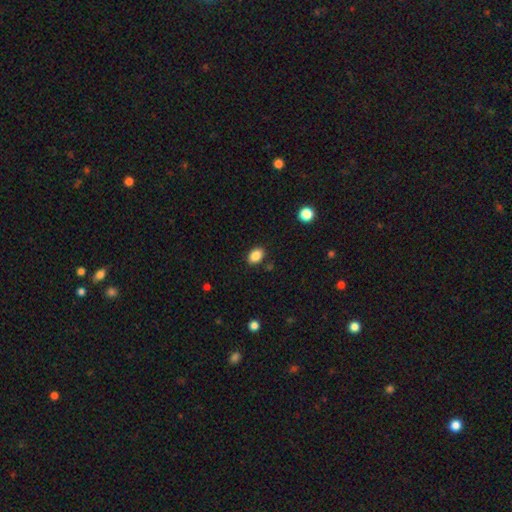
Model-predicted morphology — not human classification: type=smooth (87%); roundness=in between (81%); merging=none (87%).